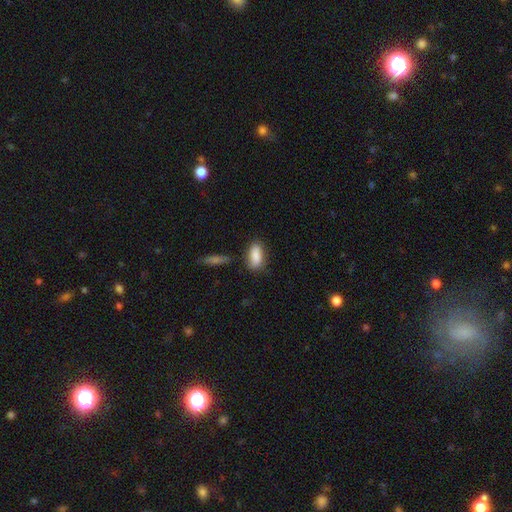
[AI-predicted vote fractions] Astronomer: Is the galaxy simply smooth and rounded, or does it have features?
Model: smooth — 86%.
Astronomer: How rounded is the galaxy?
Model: in between — 86%.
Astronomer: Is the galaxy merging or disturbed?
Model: none — 73%.